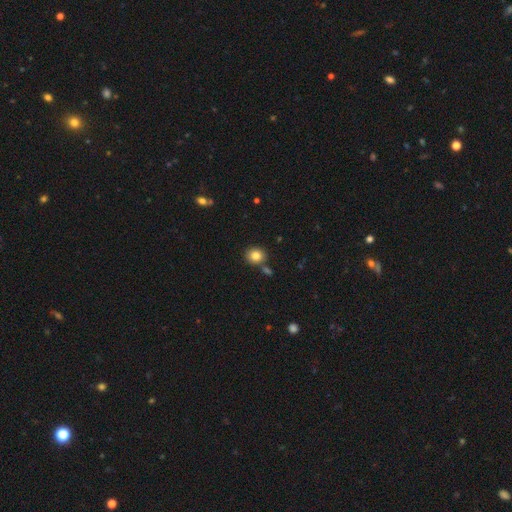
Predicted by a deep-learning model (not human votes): Overall: smooth (83%). How rounded: round (77%). Merging: none (78%).